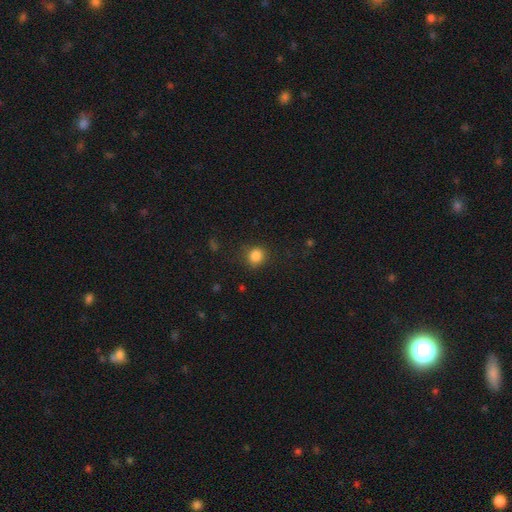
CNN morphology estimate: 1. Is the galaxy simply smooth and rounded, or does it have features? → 85% smooth, 11% star or artifact, 4% featured or disk.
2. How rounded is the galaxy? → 86% round, 13% in between, 1% cigar-shaped.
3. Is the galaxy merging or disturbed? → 83% none, 12% minor disturbance, 4% major disturbance, 1% merger.